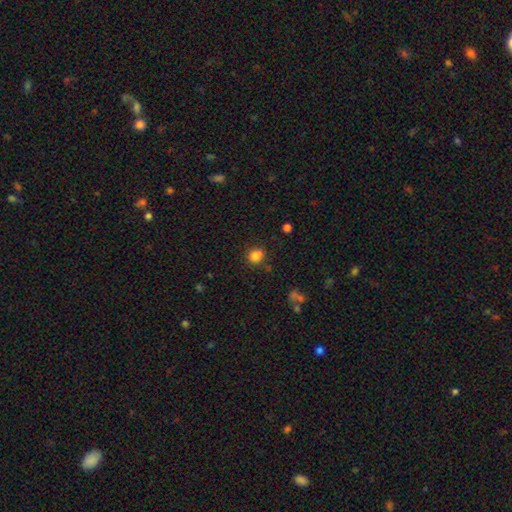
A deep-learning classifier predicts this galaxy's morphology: Smooth or featured? smooth (81%)
How rounded? round (68%)
Merging? none (67%)